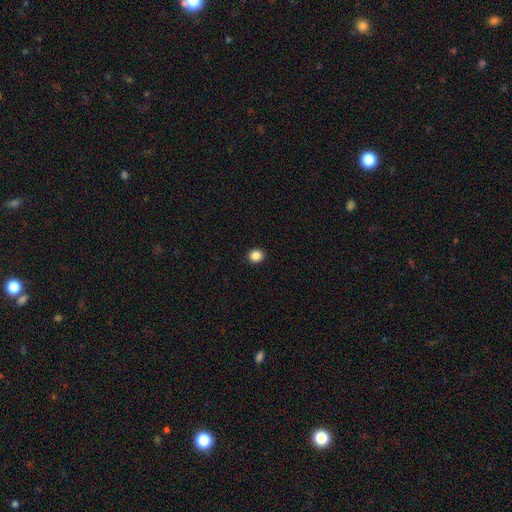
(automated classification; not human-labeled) smooth_or_featured: smooth (p=0.87) [alt: star or artifact p=0.10]
how_rounded: round (p=0.75) [alt: in between p=0.24]
merging: none (p=0.93) [alt: minor disturbance p=0.05]